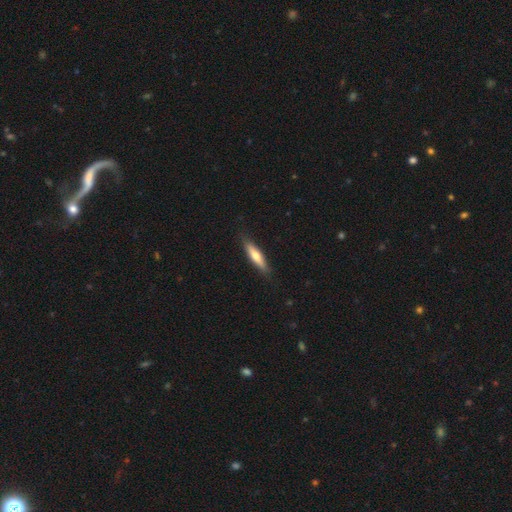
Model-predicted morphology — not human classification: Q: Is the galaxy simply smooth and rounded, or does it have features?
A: smooth — 58%.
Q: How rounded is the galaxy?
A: cigar-shaped — 79%.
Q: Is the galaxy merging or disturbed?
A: none — 86%.